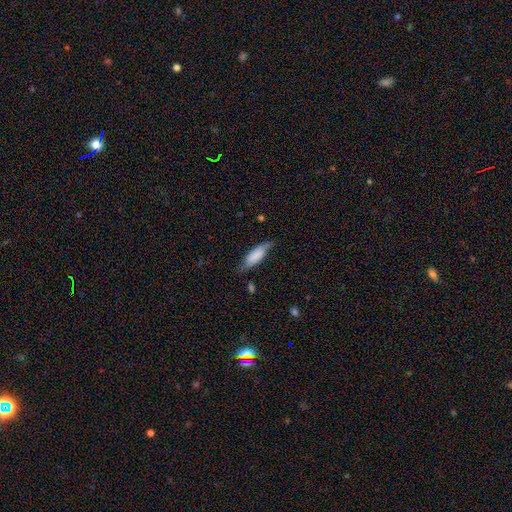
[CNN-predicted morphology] Q: Smooth or featured?
A: smooth (70%); runner-up: featured or disk (23%)
Q: How rounded?
A: in between (61%); runner-up: cigar-shaped (37%)
Q: Merging?
A: none (60%); runner-up: minor disturbance (30%)